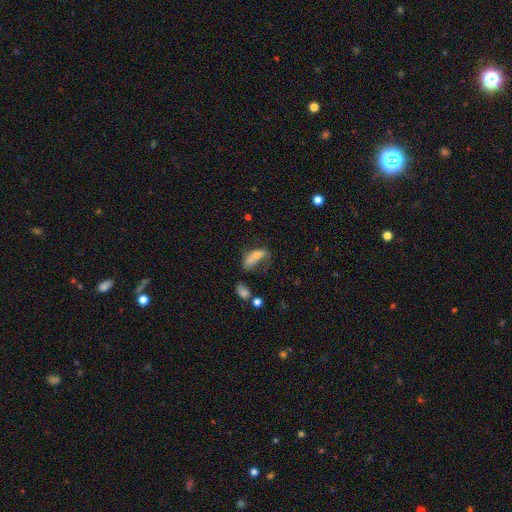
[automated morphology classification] smooth-or-featured: smooth: 57% | featured or disk: 30% | star or artifact: 12%
  how-rounded: in between: 74% | cigar-shaped: 20% | round: 7%
  merging: merger: 29% | major disturbance: 27% | none: 25% | minor disturbance: 19%